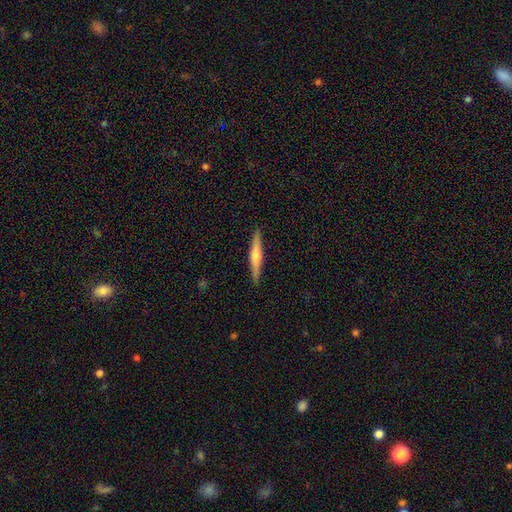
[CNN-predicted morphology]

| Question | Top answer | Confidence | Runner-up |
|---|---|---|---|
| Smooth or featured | featured or disk | 57% | smooth (37%) |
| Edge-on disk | yes | 97% | no (3%) |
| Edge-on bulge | rounded | 82% | none (11%) |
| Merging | none | 92% | minor disturbance (6%) |